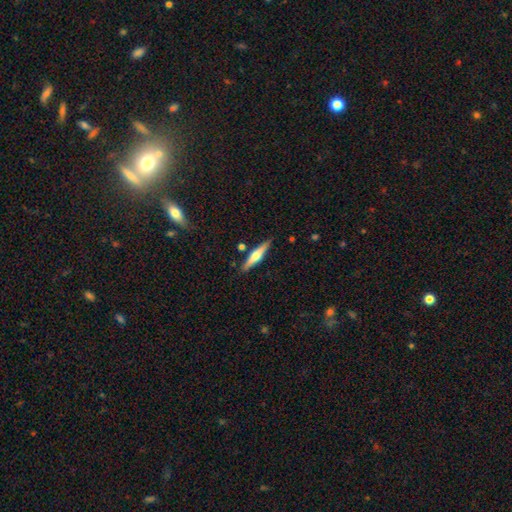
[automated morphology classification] The model was most divided on "smooth or featured": featured or disk: 56%, smooth: 38%, star or artifact: 6%. More confident: edge-on disk — yes (96%); edge-on bulge — rounded (90%); merging — none (85%).